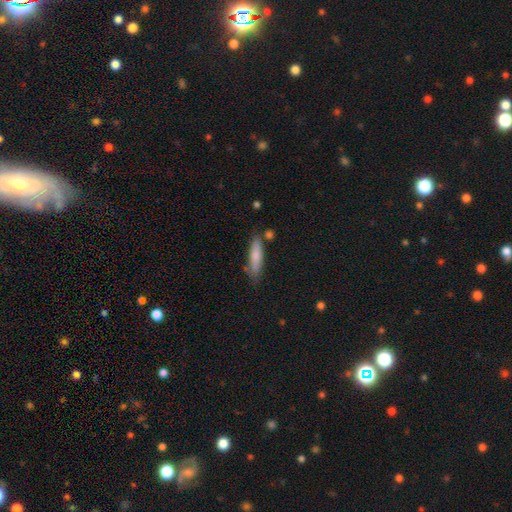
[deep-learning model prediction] Smooth or featured? smooth (76%)
How rounded? cigar-shaped (68%)
Merging? none (72%)